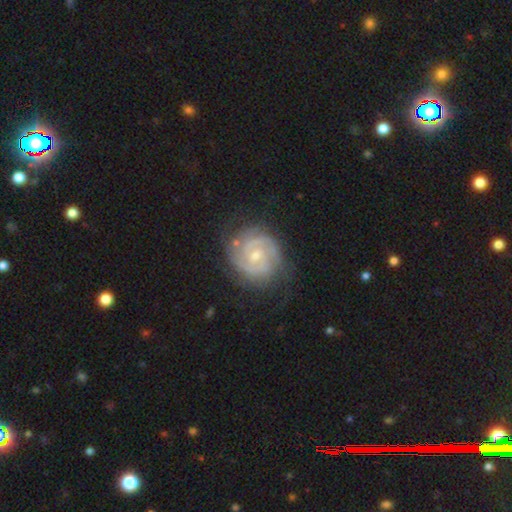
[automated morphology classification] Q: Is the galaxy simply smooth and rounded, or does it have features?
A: featured or disk — 88%.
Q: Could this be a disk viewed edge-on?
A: no — 98%.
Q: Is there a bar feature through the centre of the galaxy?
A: no — 50%.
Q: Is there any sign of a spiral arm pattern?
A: yes — 97%.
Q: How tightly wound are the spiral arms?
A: tight — 69%.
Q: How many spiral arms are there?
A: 2 — 66%.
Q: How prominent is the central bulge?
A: small — 57%.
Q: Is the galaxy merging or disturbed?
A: none — 75%.